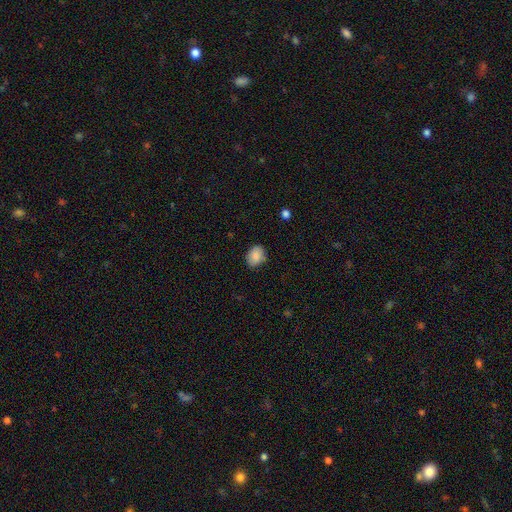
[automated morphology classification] smooth 86%, star or artifact 7%, featured or disk 6%. Down the decision tree: how rounded — in between (63%); merging — none (81%).